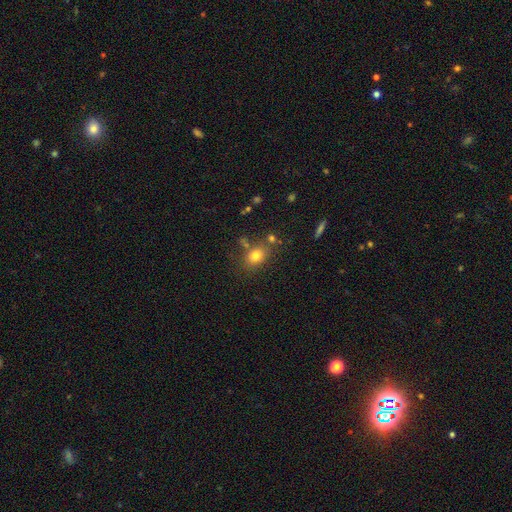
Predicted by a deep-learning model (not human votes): This appears to be a smooth galaxy with no disk features (77%) that is in between round and cigar-shaped (61%). Merging: none (72%).